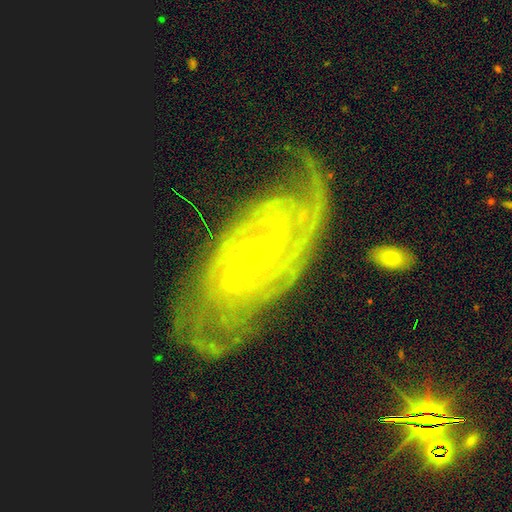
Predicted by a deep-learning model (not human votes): Morphology: type=featured or disk (89%); edge-on=no (96%); bar=no (44%); spiral arms=yes (98%); winding=tight (68%); arm count=2 (29%); bulge=small (89%); merging=none (68%).